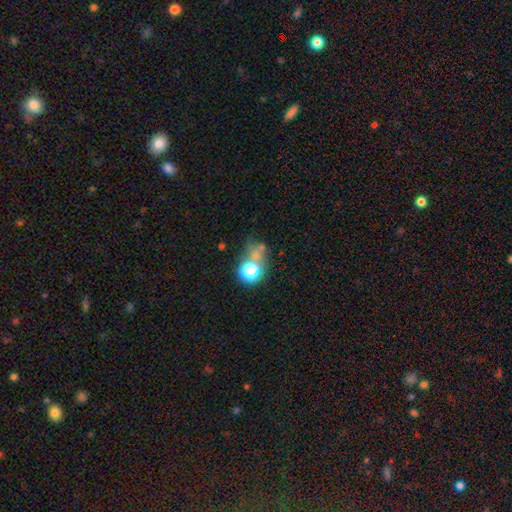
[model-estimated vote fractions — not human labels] Smooth or featured? smooth (45%)
Merging? none (50%)